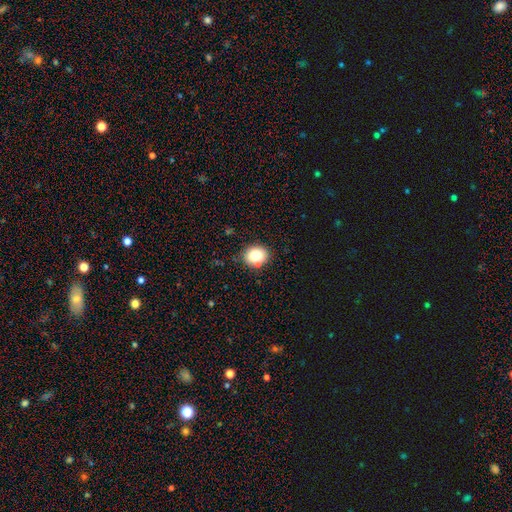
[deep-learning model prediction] smooth-or-featured: smooth: 79% | star or artifact: 11% | featured or disk: 9%
  how-rounded: round: 67% | in between: 32% | cigar-shaped: 1%
  merging: none: 79% | minor disturbance: 13% | merger: 5% | major disturbance: 3%